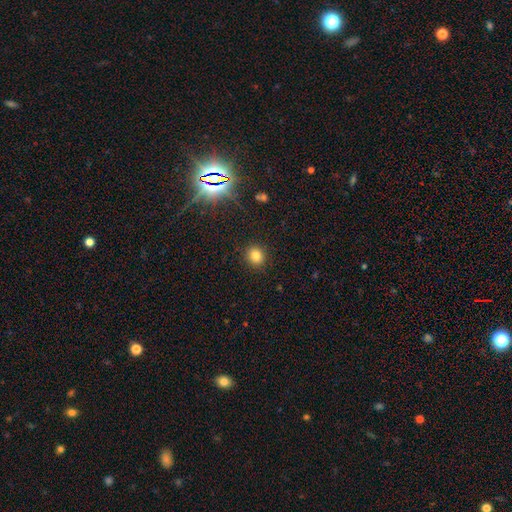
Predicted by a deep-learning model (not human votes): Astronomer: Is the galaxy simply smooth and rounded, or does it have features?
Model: smooth — 81%.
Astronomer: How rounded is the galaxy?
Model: round — 80%.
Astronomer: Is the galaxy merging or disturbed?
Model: none — 90%.